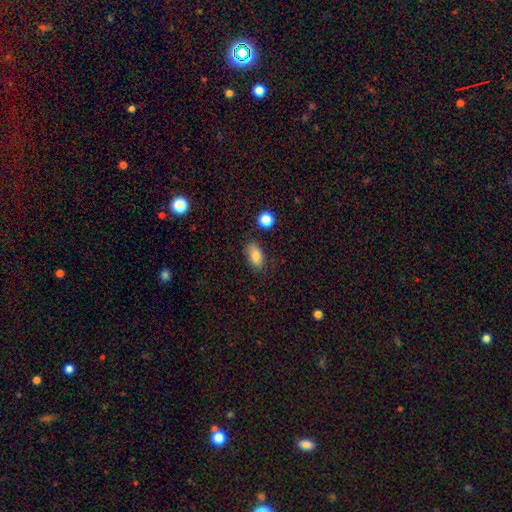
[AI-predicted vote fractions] This is clearly a smooth galaxy (85%). How rounded: clearly in between (90%). Merging: likely none (80%).